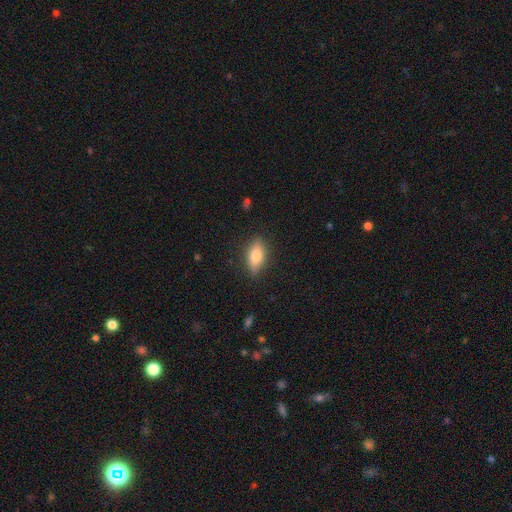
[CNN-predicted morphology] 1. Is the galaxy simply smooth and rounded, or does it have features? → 71% smooth, 21% featured or disk, 7% star or artifact.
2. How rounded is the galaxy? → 76% in between, 19% cigar-shaped, 5% round.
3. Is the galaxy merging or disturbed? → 83% none, 13% minor disturbance, 3% major disturbance, 1% merger.